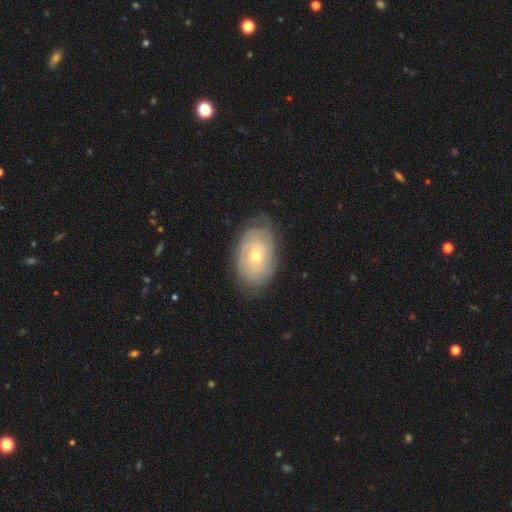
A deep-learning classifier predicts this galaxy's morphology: Smooth or featured?
  - featured or disk: 67% *
  - smooth: 26%
  - star or artifact: 7%
Edge-on disk?
  - no: 94% *
  - yes: 6%
Bar?
  - no: 80% *
  - weak: 17%
  - strong: 4%
Spiral arms?
  - yes: 77% *
  - no: 23%
Bulge size?
  - small: 53% *
  - moderate: 44%
  - large: 1%
  - none: 1%
  - dominant: 1%
Merging?
  - none: 75% *
  - minor disturbance: 18%
  - major disturbance: 6%
  - merger: 1%